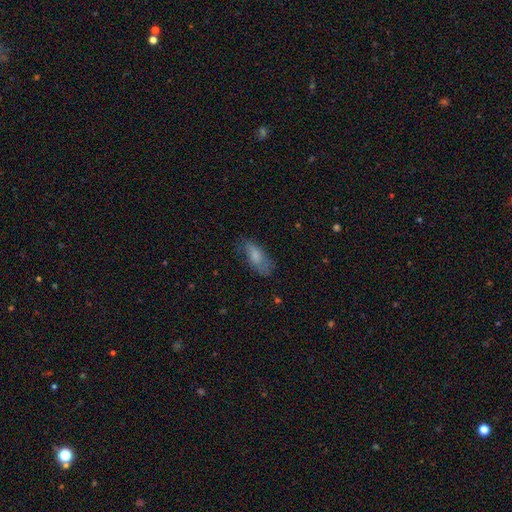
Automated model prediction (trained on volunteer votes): A smooth galaxy with no disk features (69%) that is in between round and cigar-shaped (79%).

Vote fractions:
- Smooth or featured? smooth: 69% / featured or disk: 23% / star or artifact: 8%
- How rounded? in between: 79% / cigar-shaped: 19% / round: 3%
- Merging? none: 62% / minor disturbance: 26% / major disturbance: 11% / merger: 2%